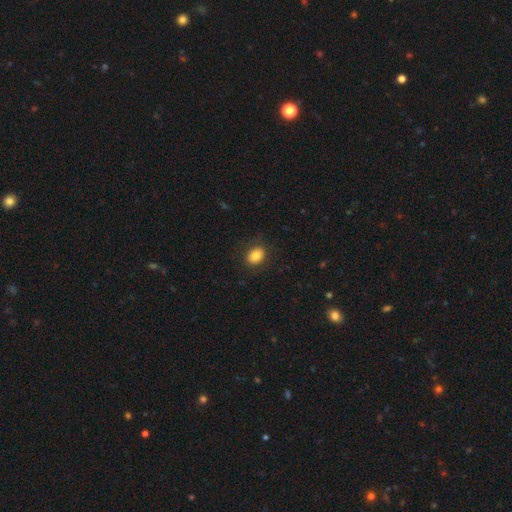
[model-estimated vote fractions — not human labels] This is clearly a smooth galaxy (84%). How rounded: possibly in between (60%). Merging: clearly none (86%).